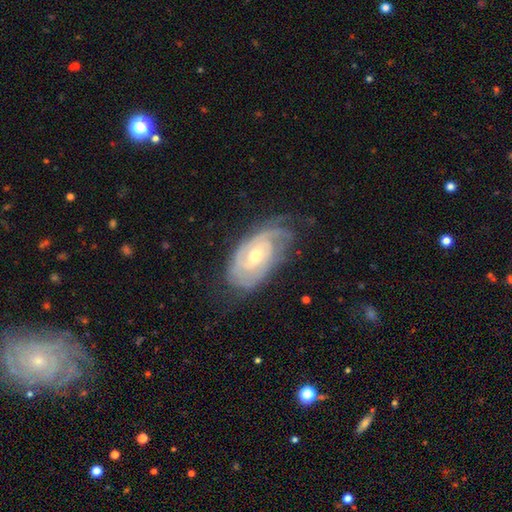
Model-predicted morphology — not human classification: A featured or disk galaxy (85%) with no bar (62%), tight (68%) spiral arms (94%) and a moderate central bulge (60%).

Vote fractions:
- Smooth or featured? featured or disk: 85% / smooth: 10% / star or artifact: 5%
- Edge-on disk? no: 94% / yes: 6%
- Bar? no: 62% / weak: 30% / strong: 8%
- Spiral arms? yes: 94% / no: 6%
- Spiral winding? tight: 68% / medium: 25% / loose: 7%
- Spiral arm count? can't tell: 37% / 2: 29% / 3: 18% / 4: 6% / 1: 6% / more than 4: 4%
- Bulge size? moderate: 60% / small: 36% / large: 3% / none: 1% / dominant: 1%
- Merging? none: 61% / minor disturbance: 26% / major disturbance: 12% / merger: 1%